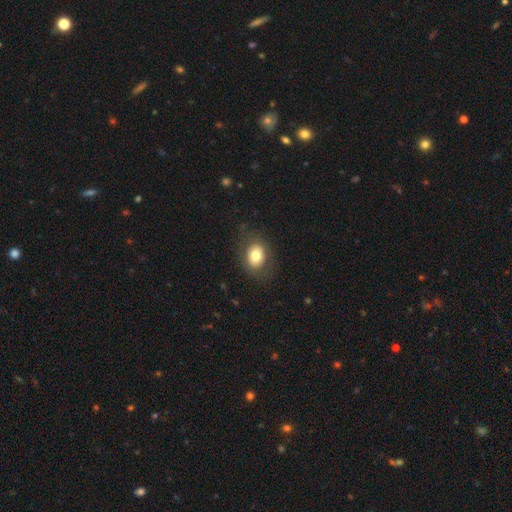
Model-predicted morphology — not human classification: smooth 75%, featured or disk 16%, star or artifact 9%. Down the decision tree: how rounded — in between (56%); merging — none (80%).